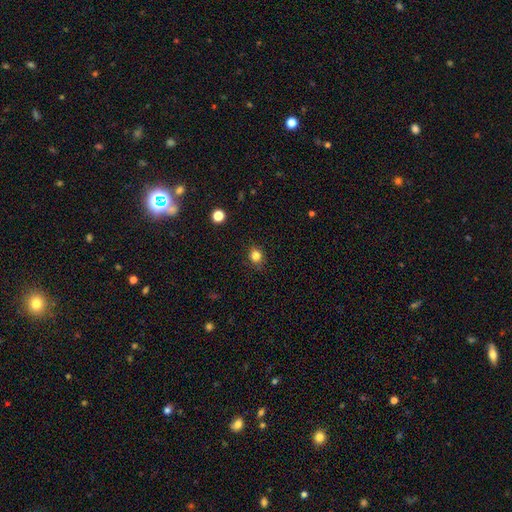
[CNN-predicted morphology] This is clearly a smooth galaxy (82%). How rounded: likely round (73%). Merging: clearly none (87%).